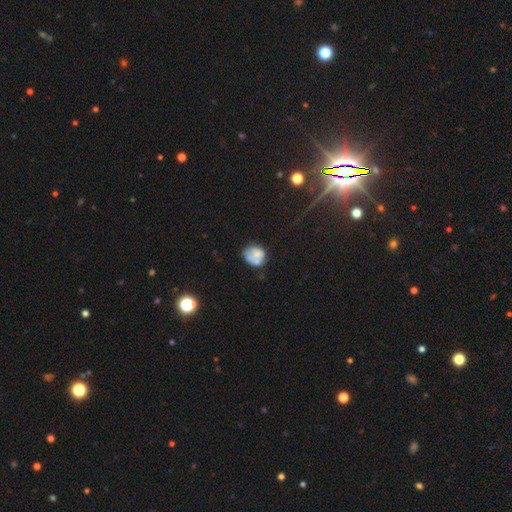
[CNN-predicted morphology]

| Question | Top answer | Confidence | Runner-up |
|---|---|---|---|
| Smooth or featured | smooth | 57% | featured or disk (33%) |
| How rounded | round | 65% | in between (34%) |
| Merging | none | 43% | minor disturbance (25%) |